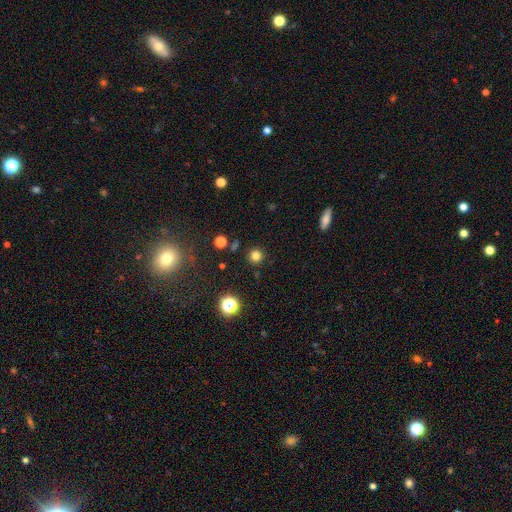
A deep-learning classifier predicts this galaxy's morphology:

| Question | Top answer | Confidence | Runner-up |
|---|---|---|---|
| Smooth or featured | smooth | 79% | star or artifact (16%) |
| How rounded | round | 95% | in between (4%) |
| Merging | none | 90% | minor disturbance (6%) |